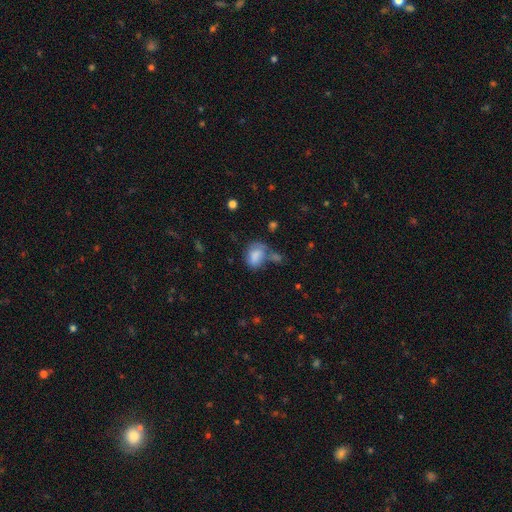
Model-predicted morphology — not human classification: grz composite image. It shows a smooth galaxy with no disk features (76%) that is in between round and cigar-shaped (75%). Merging: none (33%).